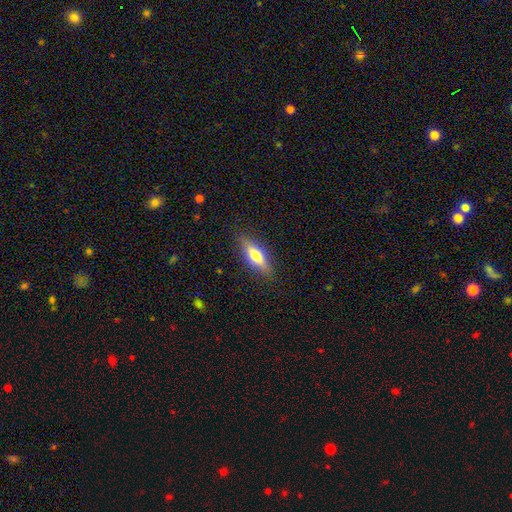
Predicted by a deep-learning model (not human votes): smooth_or_featured: smooth (p=0.61) [alt: featured or disk p=0.32]
how_rounded: in between (p=0.52) [alt: cigar-shaped p=0.45]
merging: none (p=0.85) [alt: minor disturbance p=0.11]